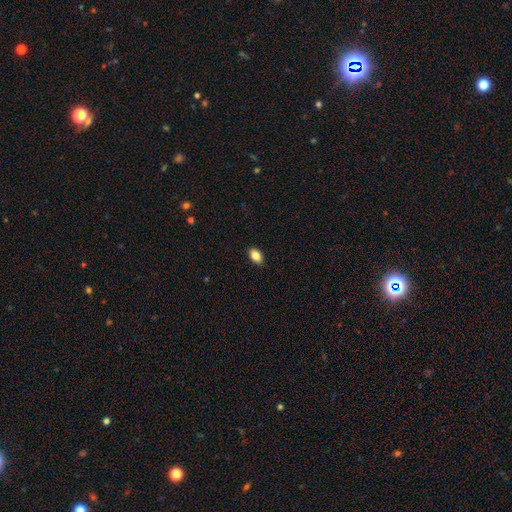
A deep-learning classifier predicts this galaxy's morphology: type=smooth (86%); roundness=in between (87%); merging=none (89%).